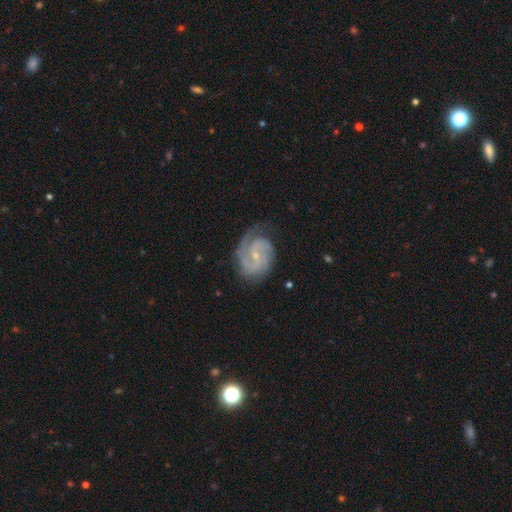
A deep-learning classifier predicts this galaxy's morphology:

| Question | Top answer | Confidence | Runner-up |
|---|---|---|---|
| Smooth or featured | featured or disk | 90% | smooth (6%) |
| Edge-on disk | no | 98% | yes (2%) |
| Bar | no | 48% | weak (41%) |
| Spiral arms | yes | 98% | no (2%) |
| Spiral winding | tight | 46% | medium (44%) |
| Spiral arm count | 2 | 65% | 3 (16%) |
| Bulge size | small | 75% | moderate (20%) |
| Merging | none | 69% | minor disturbance (21%) |